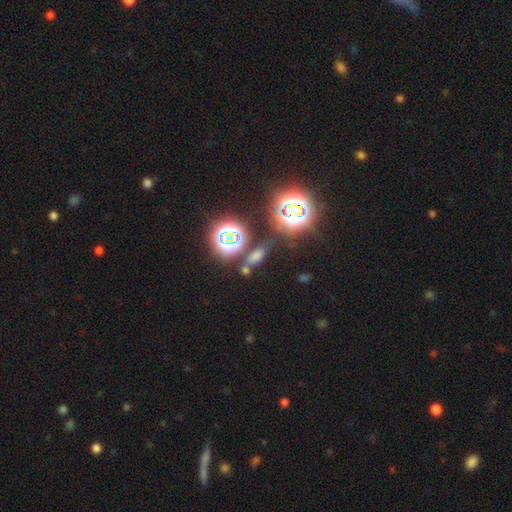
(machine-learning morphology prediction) This is possibly a smooth galaxy (50%). How rounded: likely in between (63%). Merging: likely none (70%).